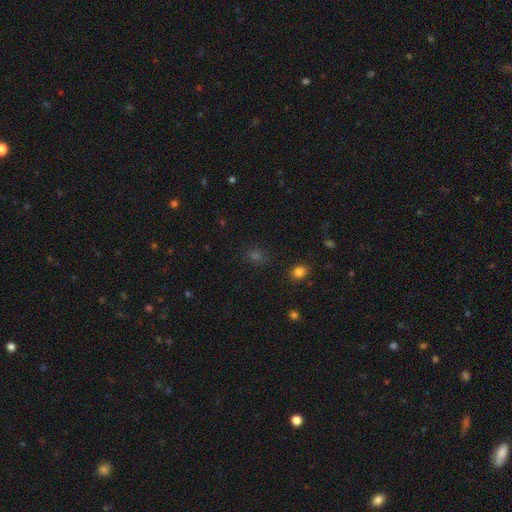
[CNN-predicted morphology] smooth 57%, star or artifact 37%, featured or disk 6%. Down the decision tree: how rounded — in between (53%); merging — none (82%).